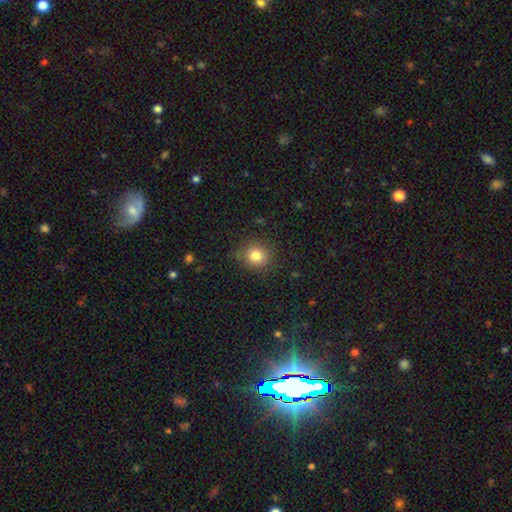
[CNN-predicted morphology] smooth_or_featured: smooth (p=0.82) [alt: star or artifact p=0.12]
how_rounded: round (p=0.85) [alt: in between p=0.14]
merging: none (p=0.86) [alt: minor disturbance p=0.10]